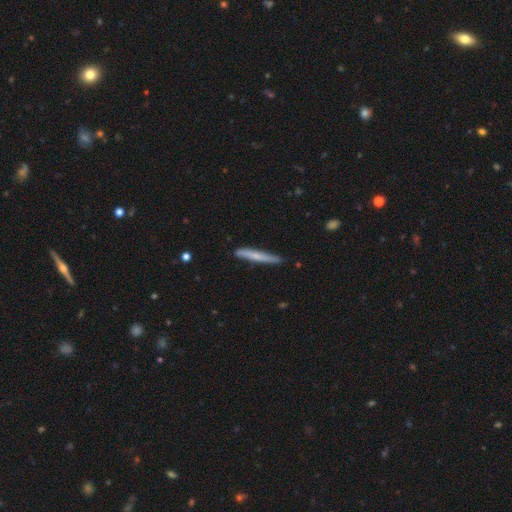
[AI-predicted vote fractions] This appears to be a smooth galaxy with no disk features (57%) that is cigar-shaped (96%). Merging: none (82%).